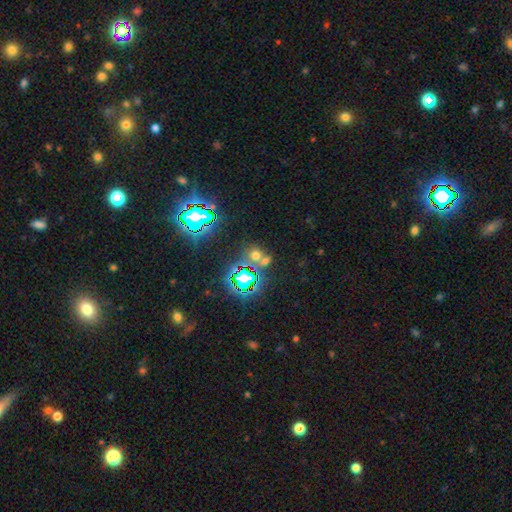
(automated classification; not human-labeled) Smooth or featured? Predicted: smooth (p=0.46). Merging? Predicted: none (p=0.57).